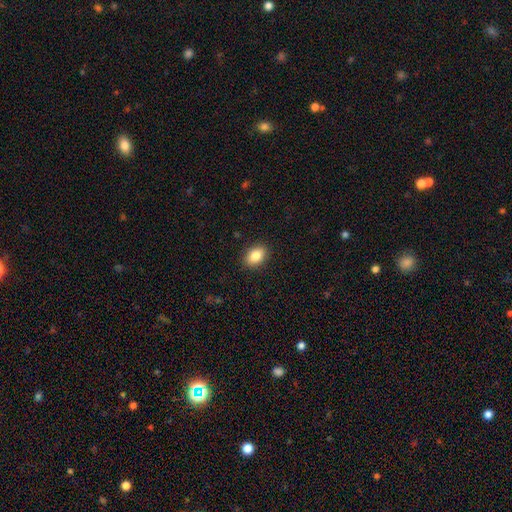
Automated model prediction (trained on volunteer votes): Q: Smooth or featured?
A: smooth (84%); runner-up: star or artifact (8%)
Q: How rounded?
A: in between (81%); runner-up: round (17%)
Q: Merging?
A: none (90%); runner-up: minor disturbance (7%)